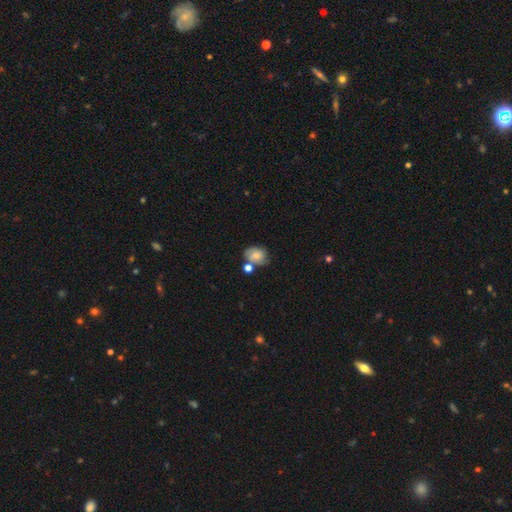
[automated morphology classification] Smooth or featured? Predicted: smooth (p=0.62). How rounded? Predicted: in between (p=0.56). Merging? Predicted: none (p=0.48).